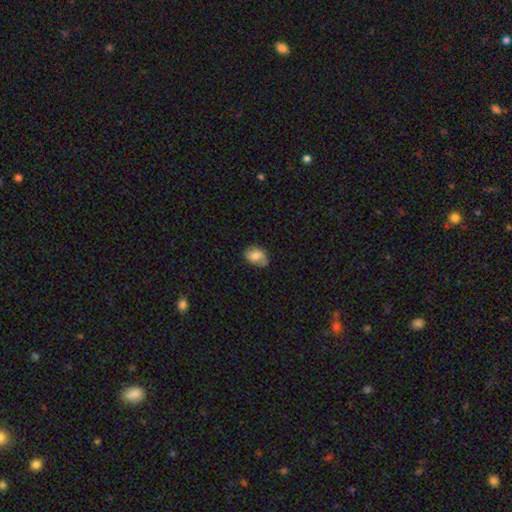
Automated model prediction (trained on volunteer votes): smooth 67%, featured or disk 25%, star or artifact 9%. Down the decision tree: how rounded — in between (69%); merging — none (56%).